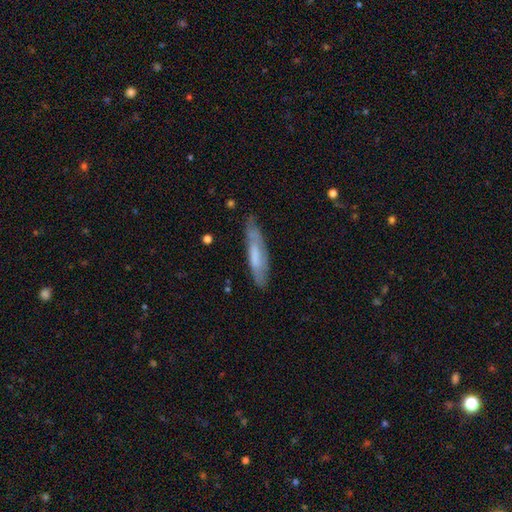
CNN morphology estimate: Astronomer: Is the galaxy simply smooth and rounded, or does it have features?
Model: smooth — 50% (runner-up: featured or disk, 43%).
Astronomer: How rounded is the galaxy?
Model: cigar-shaped — 80%.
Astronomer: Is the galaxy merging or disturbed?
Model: none — 71%.